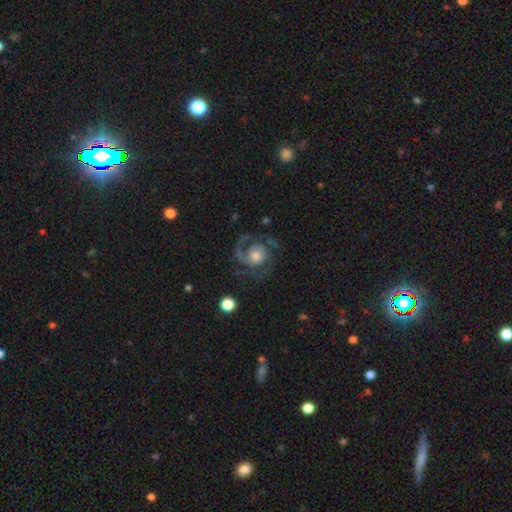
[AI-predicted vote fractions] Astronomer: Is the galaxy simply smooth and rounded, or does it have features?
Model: featured or disk — 81%.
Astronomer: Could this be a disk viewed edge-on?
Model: no — 98%.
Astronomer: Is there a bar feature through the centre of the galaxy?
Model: no — 75%.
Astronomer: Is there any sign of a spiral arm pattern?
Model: yes — 94%.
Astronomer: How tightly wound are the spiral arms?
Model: medium — 46% (runner-up: tight, 37%).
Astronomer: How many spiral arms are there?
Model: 2 — 56%.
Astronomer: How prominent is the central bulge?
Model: moderate — 50% (runner-up: large, 27%).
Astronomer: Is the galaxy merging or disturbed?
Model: none — 67%.